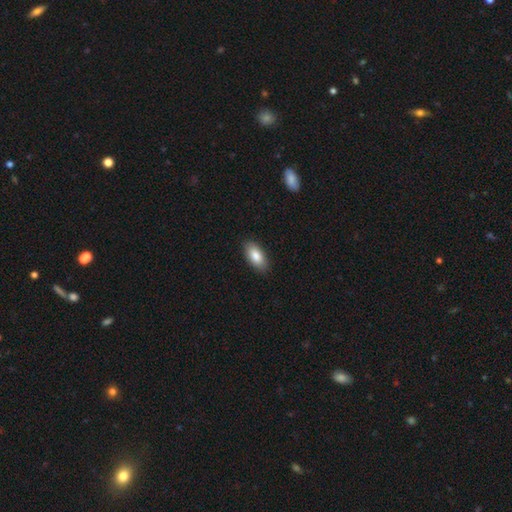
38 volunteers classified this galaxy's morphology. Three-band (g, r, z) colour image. It shows a smooth galaxy with no disk features (95%) that is in between round and cigar-shaped (94%). Merging: none (95%).